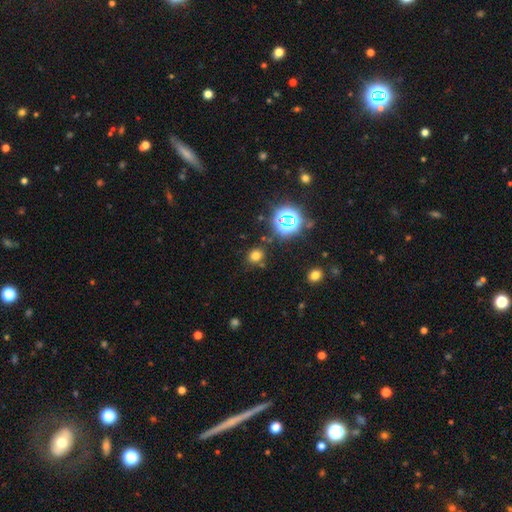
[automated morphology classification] Smooth or featured? Predicted: smooth (p=0.67). How rounded? Predicted: round (p=0.73). Merging? Predicted: none (p=0.80).